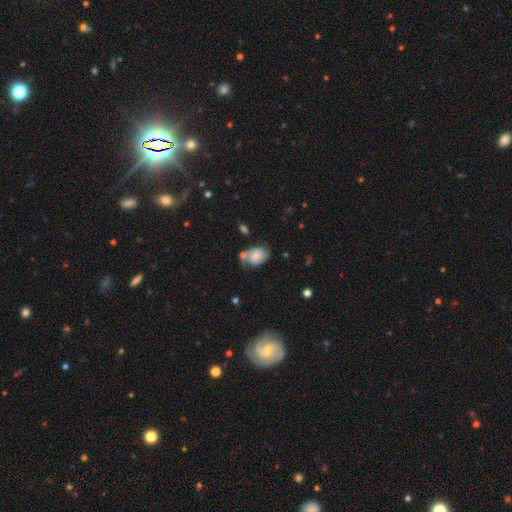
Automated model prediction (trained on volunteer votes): featured or disk 53%, smooth 38%, star or artifact 8%. Down the decision tree: edge-on disk — no (97%); bar — no (71%); spiral arms — yes (85%); bulge size — small (42%); merging — none (46%).